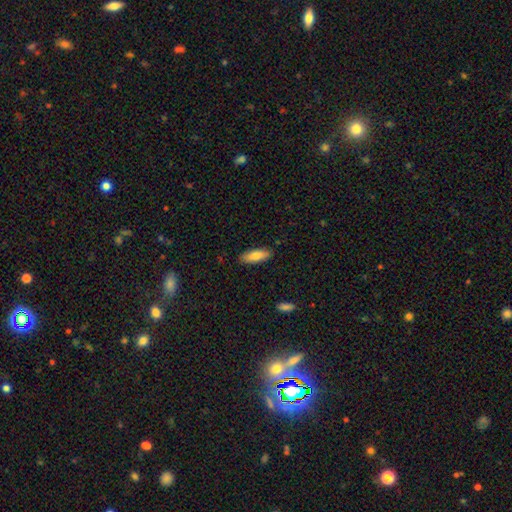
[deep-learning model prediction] smooth_or_featured: smooth (p=0.78) [alt: featured or disk p=0.16]
how_rounded: in between (p=0.62) [alt: cigar-shaped p=0.36]
merging: none (p=0.88) [alt: minor disturbance p=0.09]